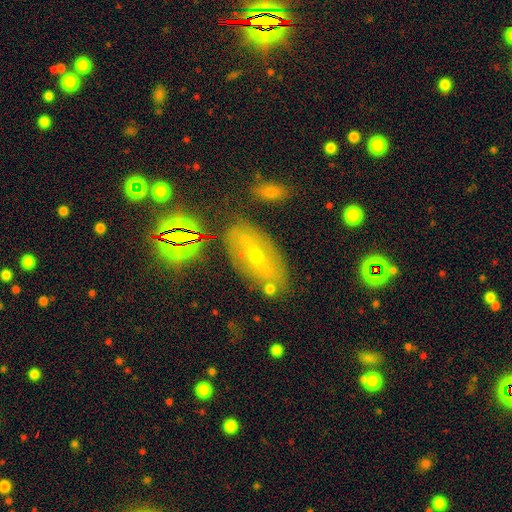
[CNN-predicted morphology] This is possibly a featured or disk galaxy (52%). It is likely not viewed edge-on (74%). Merging: likely none (75%).